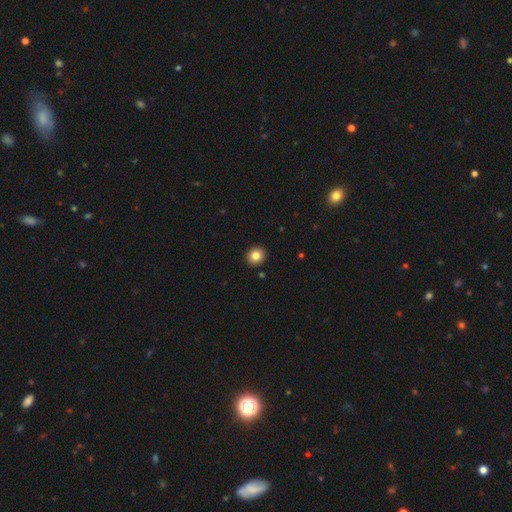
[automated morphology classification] Smooth or featured: smooth — 83% (star or artifact — 10%)
How rounded: round — 85% (in between — 14%)
Merging: none — 92% (minor disturbance — 5%)